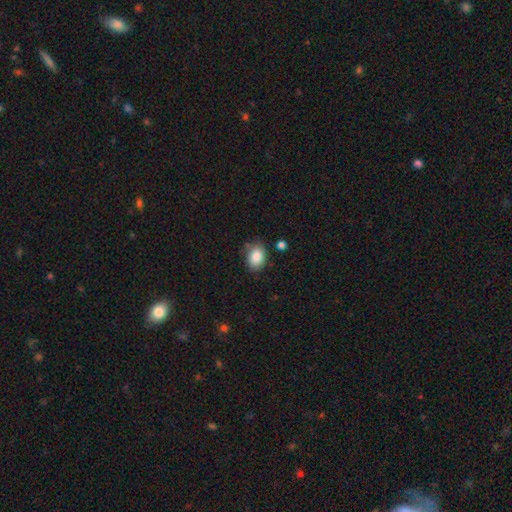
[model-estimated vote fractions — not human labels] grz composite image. It shows a smooth galaxy with no disk features (86%) that is in between round and cigar-shaped (77%). Merging: none (78%).